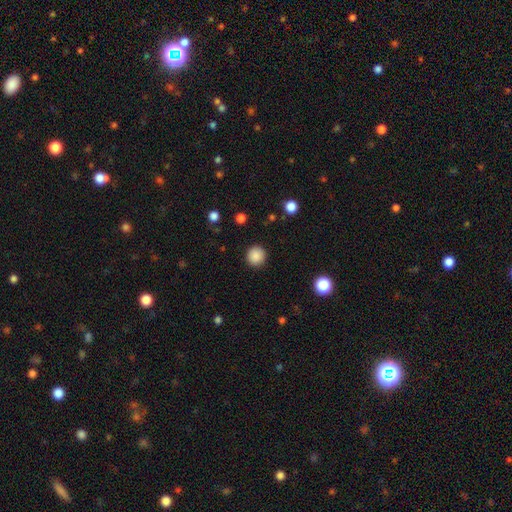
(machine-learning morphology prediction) Smooth or featured: smooth — 87% (star or artifact — 10%)
How rounded: round — 95% (in between — 4%)
Merging: none — 92% (minor disturbance — 5%)